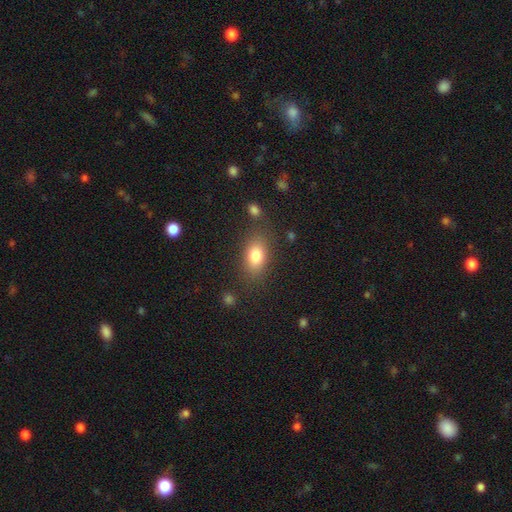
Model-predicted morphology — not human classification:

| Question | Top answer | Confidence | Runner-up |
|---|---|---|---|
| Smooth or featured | smooth | 80% | featured or disk (10%) |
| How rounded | in between | 83% | round (13%) |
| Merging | none | 77% | minor disturbance (14%) |